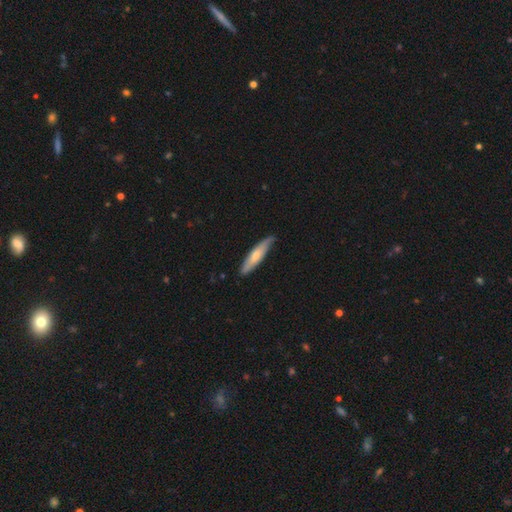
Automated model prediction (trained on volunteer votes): Smooth or featured?
  - smooth: 60% *
  - featured or disk: 35%
  - star or artifact: 5%
How rounded?
  - cigar-shaped: 81% *
  - in between: 18%
  - round: 1%
Merging?
  - none: 81% *
  - minor disturbance: 16%
  - major disturbance: 2%
  - merger: 1%